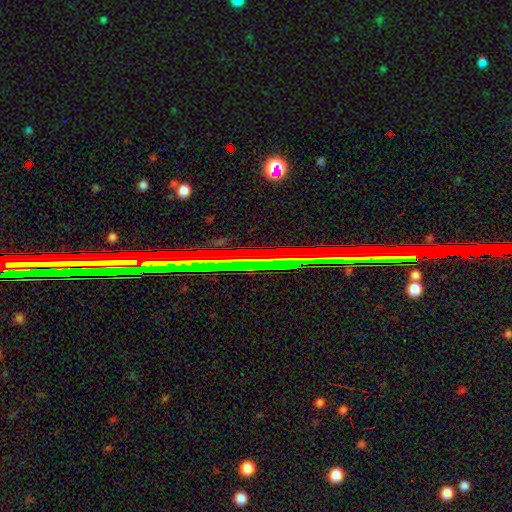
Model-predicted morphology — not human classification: Smooth or featured? star or artifact (69%)